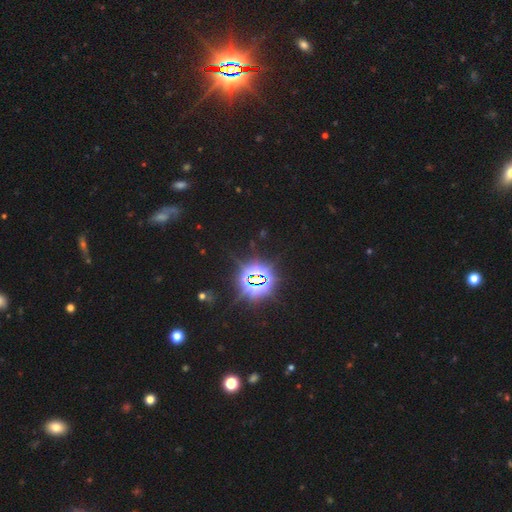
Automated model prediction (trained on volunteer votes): Smooth or featured? Predicted: star or artifact (p=0.80).